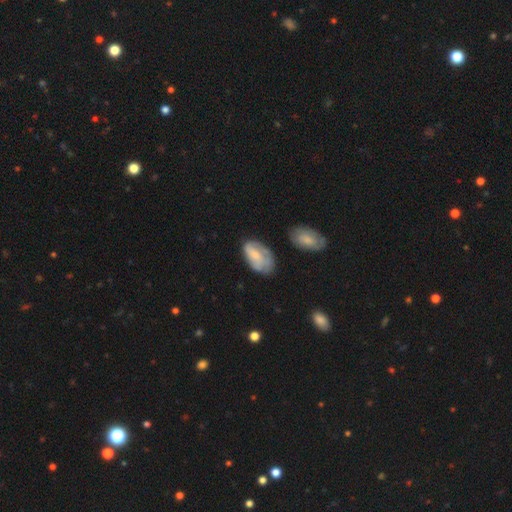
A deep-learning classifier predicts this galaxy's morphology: This appears to be a smooth galaxy with no disk features (58%) that is in between round and cigar-shaped (93%). Merging: none (50%).